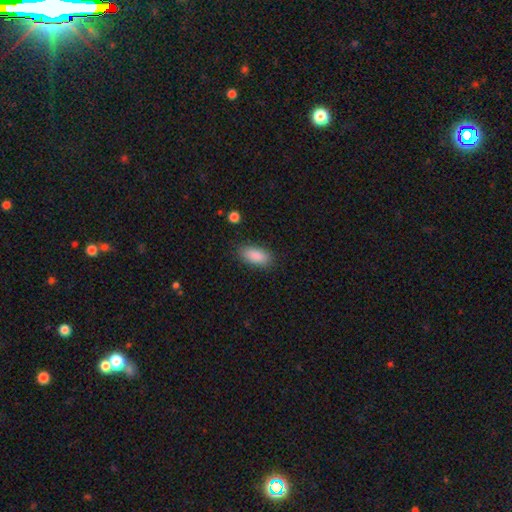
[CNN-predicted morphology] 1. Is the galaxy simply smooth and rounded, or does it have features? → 89% smooth, 7% star or artifact, 4% featured or disk.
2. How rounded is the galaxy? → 88% in between, 10% cigar-shaped, 3% round.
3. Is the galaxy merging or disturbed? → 86% none, 10% minor disturbance, 3% major disturbance, 1% merger.